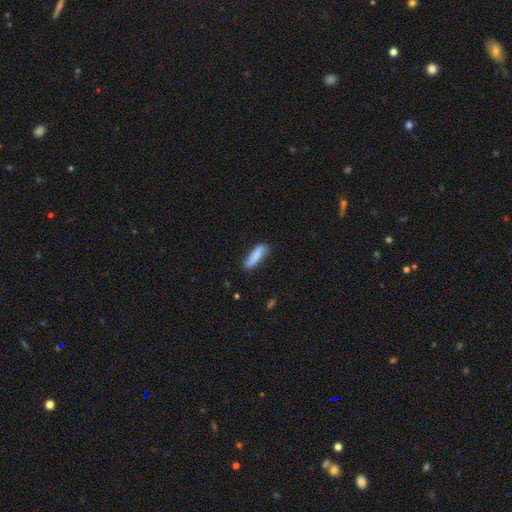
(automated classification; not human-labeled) Q: Smooth or featured?
A: smooth (78%); runner-up: featured or disk (16%)
Q: How rounded?
A: cigar-shaped (67%); runner-up: in between (31%)
Q: Merging?
A: none (69%); runner-up: minor disturbance (23%)